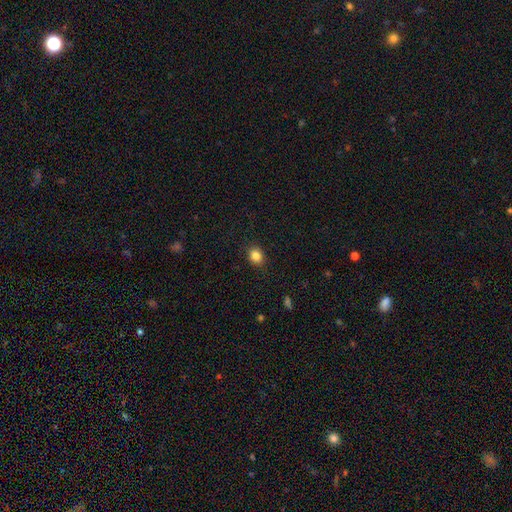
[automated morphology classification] smooth-or-featured: smooth: 85% | star or artifact: 11% | featured or disk: 5%
  how-rounded: round: 60% | in between: 39% | cigar-shaped: 1%
  merging: none: 88% | minor disturbance: 8% | major disturbance: 2% | merger: 1%